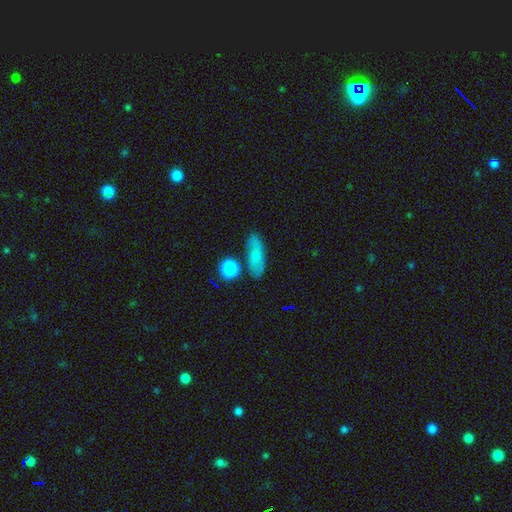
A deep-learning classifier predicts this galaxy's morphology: Smooth or featured? smooth (70%)
How rounded? in between (55%)
Merging? none (74%)